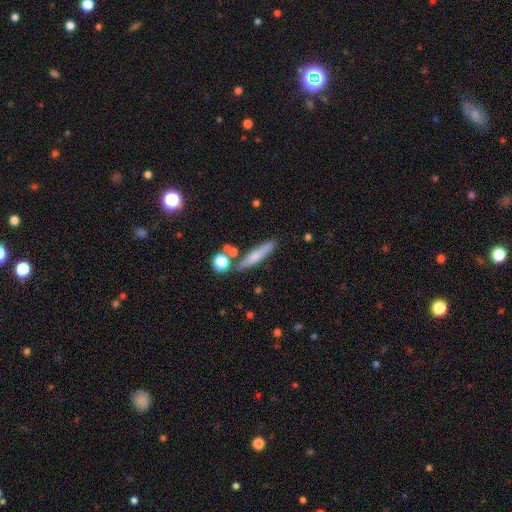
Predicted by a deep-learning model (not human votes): smooth-or-featured: smooth: 60% | featured or disk: 32% | star or artifact: 8%
  how-rounded: cigar-shaped: 87% | in between: 9% | round: 4%
  merging: none: 77% | minor disturbance: 12% | merger: 8% | major disturbance: 3%